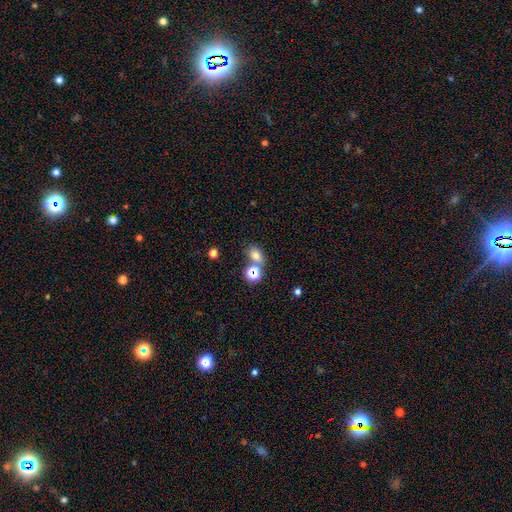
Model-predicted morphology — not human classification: Smooth or featured?
  - smooth: 71% *
  - star or artifact: 20%
  - featured or disk: 9%
How rounded?
  - in between: 68% *
  - round: 31%
  - cigar-shaped: 2%
Merging?
  - none: 56% *
  - merger: 27%
  - minor disturbance: 12%
  - major disturbance: 5%